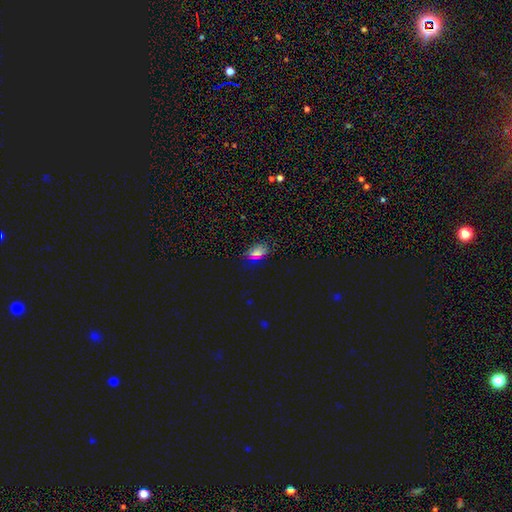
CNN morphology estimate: A smooth galaxy with no disk features (55%) that is in between round and cigar-shaped (83%).

Vote fractions:
- Smooth or featured? smooth: 55% / star or artifact: 36% / featured or disk: 9%
- How rounded? in between: 83% / round: 12% / cigar-shaped: 4%
- Merging? none: 82% / minor disturbance: 13% / major disturbance: 4% / merger: 2%